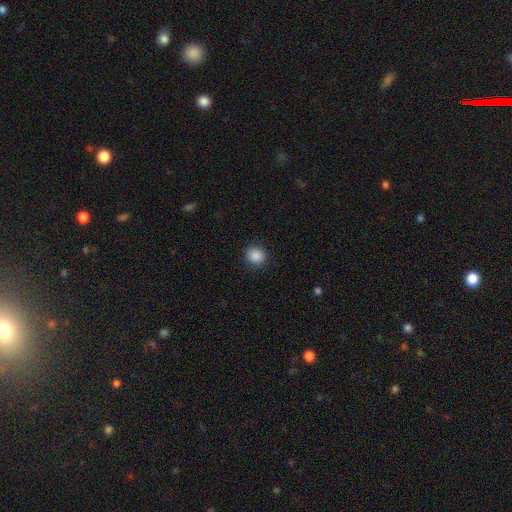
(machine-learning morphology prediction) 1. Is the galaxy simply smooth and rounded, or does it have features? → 88% smooth, 9% star or artifact, 3% featured or disk.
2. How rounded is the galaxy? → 80% round, 19% in between, 1% cigar-shaped.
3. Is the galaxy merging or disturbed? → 90% none, 7% minor disturbance, 2% major disturbance, 1% merger.